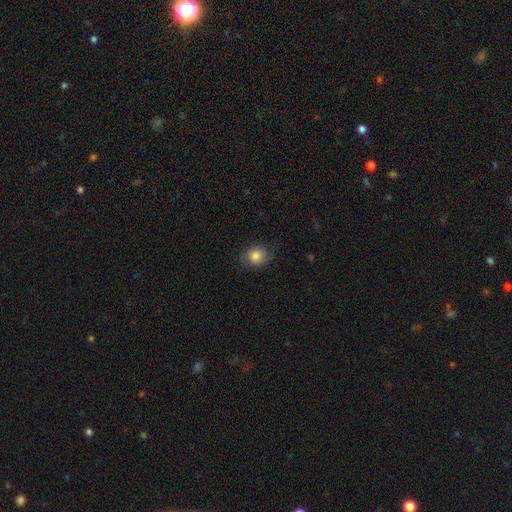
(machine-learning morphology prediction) Q: Smooth or featured?
A: smooth (82%); runner-up: featured or disk (9%)
Q: How rounded?
A: round (68%); runner-up: in between (31%)
Q: Merging?
A: none (76%); runner-up: minor disturbance (18%)